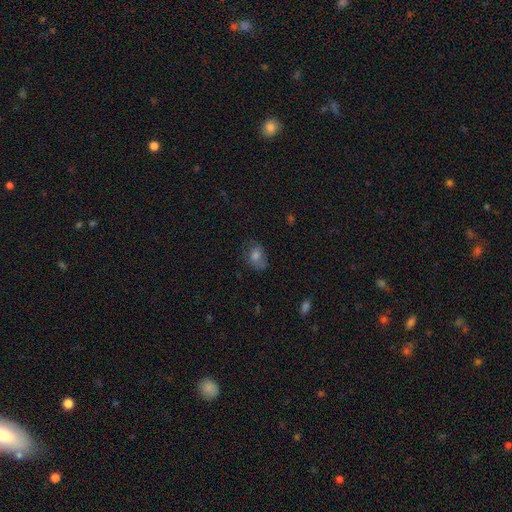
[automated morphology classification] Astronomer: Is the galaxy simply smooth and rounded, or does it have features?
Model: smooth — 66%.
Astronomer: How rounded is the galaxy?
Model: in between — 66%.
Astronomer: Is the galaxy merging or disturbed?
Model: none — 54%.